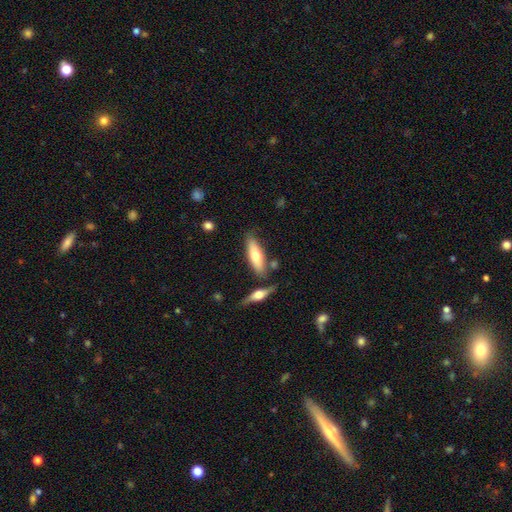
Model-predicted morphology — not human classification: This is likely a smooth galaxy (63%). How rounded: possibly cigar-shaped (53%). Merging: likely none (70%).